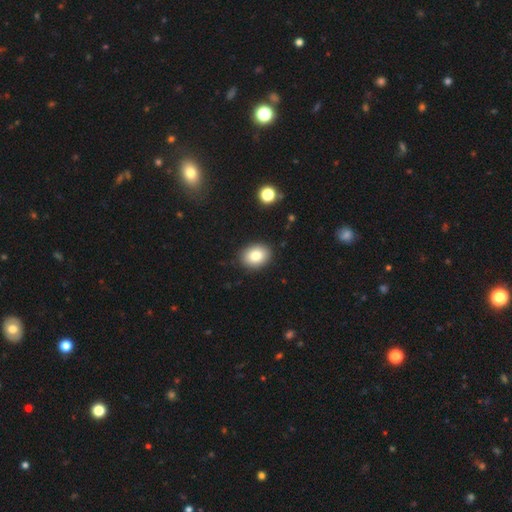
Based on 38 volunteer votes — Smooth or featured? 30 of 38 (79%) said smooth. How rounded? 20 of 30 (67%) said in between. Merging? 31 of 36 (86%) said none.